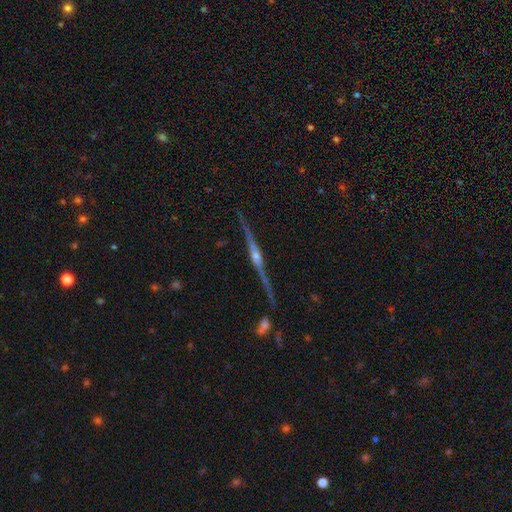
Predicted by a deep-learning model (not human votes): Q: Smooth or featured?
A: featured or disk (88%); runner-up: star or artifact (6%)
Q: Edge-on disk?
A: yes (98%); runner-up: no (2%)
Q: Edge-on bulge?
A: rounded (87%); runner-up: boxy (8%)
Q: Merging?
A: none (85%); runner-up: minor disturbance (10%)